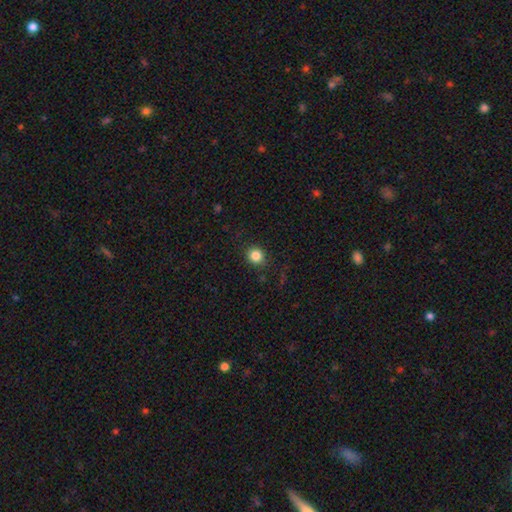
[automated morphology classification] This appears to be a smooth galaxy with no disk features (84%) that is round (82%). Merging: none (87%).